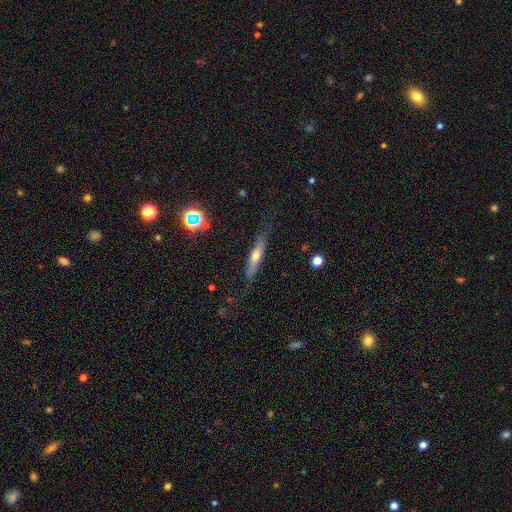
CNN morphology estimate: Q: Smooth or featured?
A: featured or disk (46%); tied with: smooth (46%)
Q: Merging?
A: none (77%); runner-up: minor disturbance (17%)